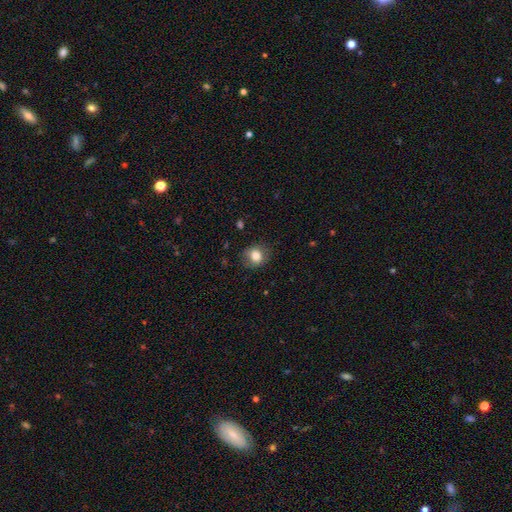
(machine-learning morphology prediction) This is clearly a smooth galaxy (82%). How rounded: likely round (72%). Merging: clearly none (81%).